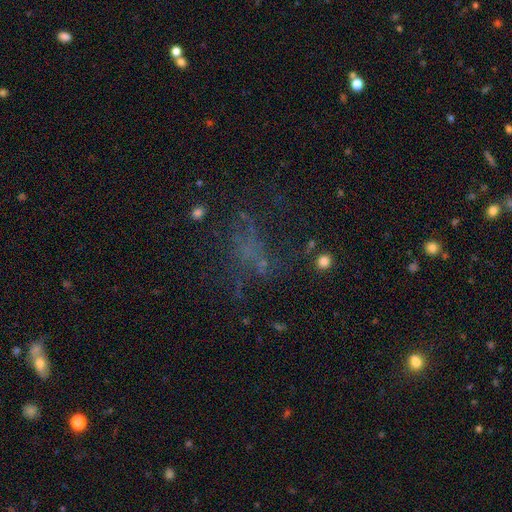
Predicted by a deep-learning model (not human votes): Q: Smooth or featured?
A: star or artifact (37%); runner-up: featured or disk (36%)